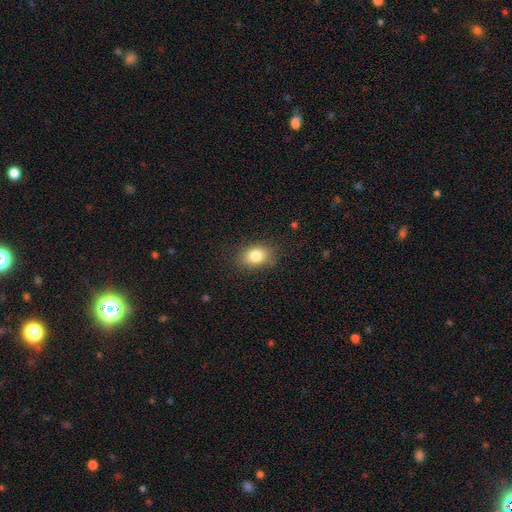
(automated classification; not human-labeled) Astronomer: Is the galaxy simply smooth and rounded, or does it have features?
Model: smooth — 83%.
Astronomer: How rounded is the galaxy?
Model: in between — 73%.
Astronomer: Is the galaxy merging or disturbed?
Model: none — 83%.